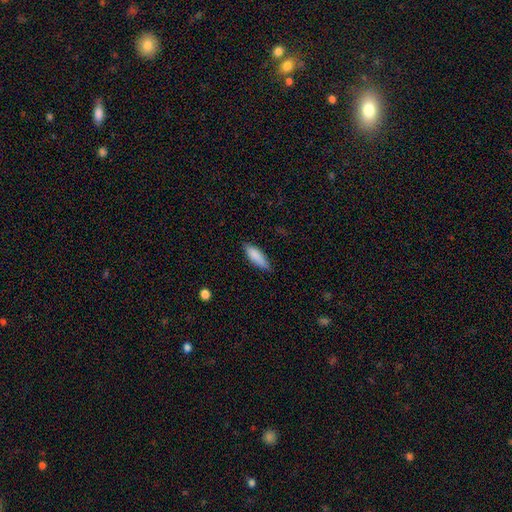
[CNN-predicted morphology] Smooth or featured: smooth — 85% (featured or disk — 9%)
How rounded: in between — 54% (cigar-shaped — 44%)
Merging: none — 77% (minor disturbance — 19%)